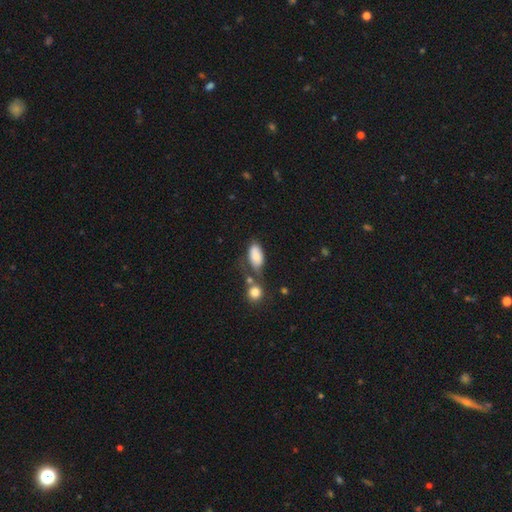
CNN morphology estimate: A smooth galaxy with no disk features (79%) that is in between round and cigar-shaped (91%). Merging: none (37%).